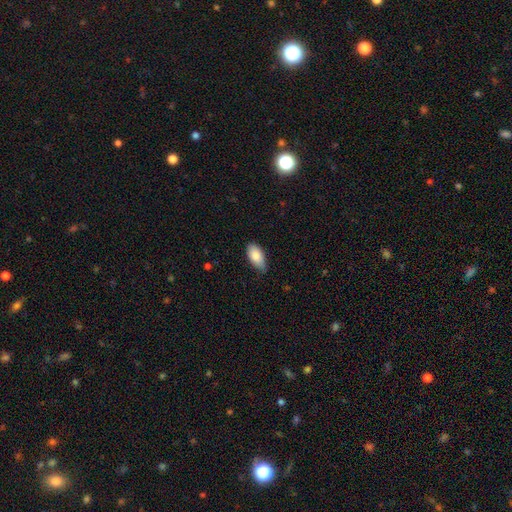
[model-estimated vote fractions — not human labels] smooth-or-featured: smooth: 86% | featured or disk: 7% | star or artifact: 6%
  how-rounded: in between: 94% | cigar-shaped: 4% | round: 3%
  merging: none: 72% | minor disturbance: 24% | major disturbance: 3% | merger: 1%